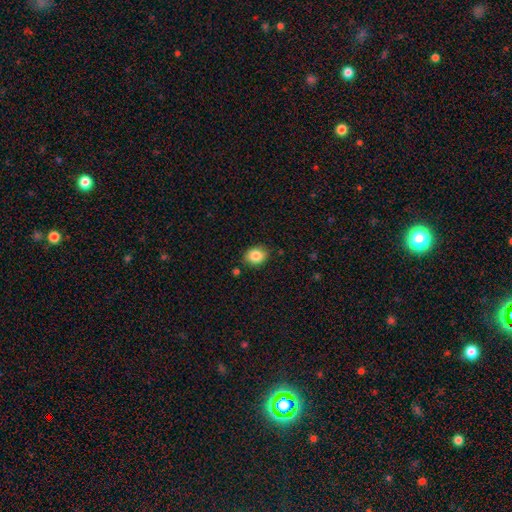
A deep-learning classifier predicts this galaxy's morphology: The model was most divided on "how rounded": in between: 55%, round: 44%, cigar-shaped: 1%. More confident: smooth or featured — smooth (85%); merging — none (85%).